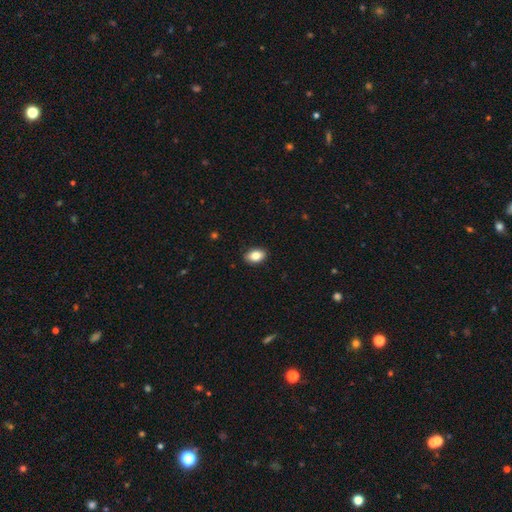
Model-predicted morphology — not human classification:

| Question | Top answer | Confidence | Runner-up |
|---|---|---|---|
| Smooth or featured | smooth | 83% | featured or disk (10%) |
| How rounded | in between | 88% | round (10%) |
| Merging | none | 89% | minor disturbance (8%) |